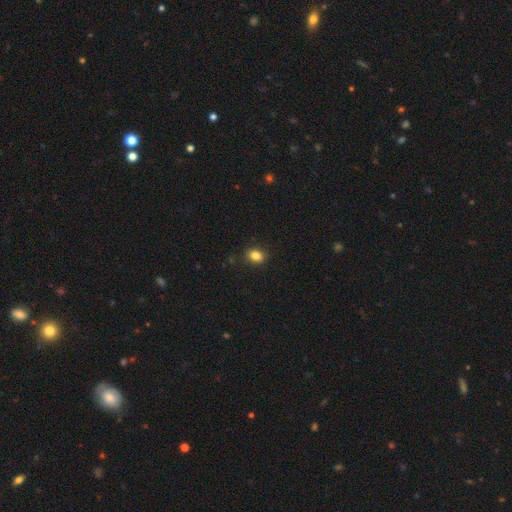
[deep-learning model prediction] Smooth or featured: smooth — 84% (star or artifact — 11%)
How rounded: in between — 61% (round — 38%)
Merging: none — 87% (minor disturbance — 10%)